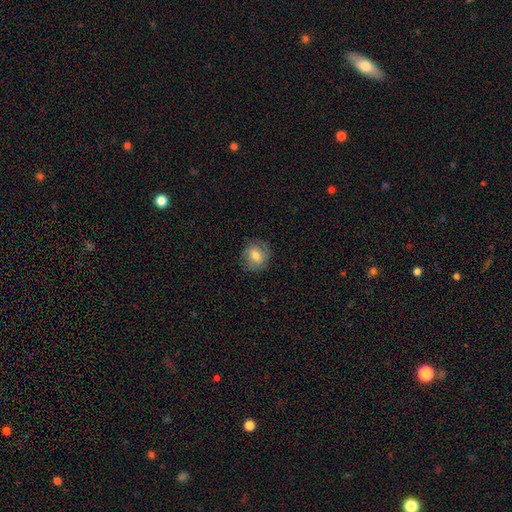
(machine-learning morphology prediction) smooth 69%, featured or disk 23%, star or artifact 9%. Down the decision tree: how rounded — round (76%); merging — none (78%).